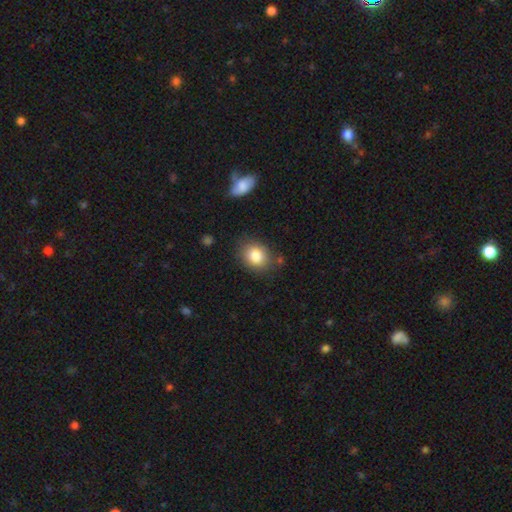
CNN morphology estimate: This appears to be a smooth galaxy with no disk features (83%) that is round (51%). Merging: none (79%).